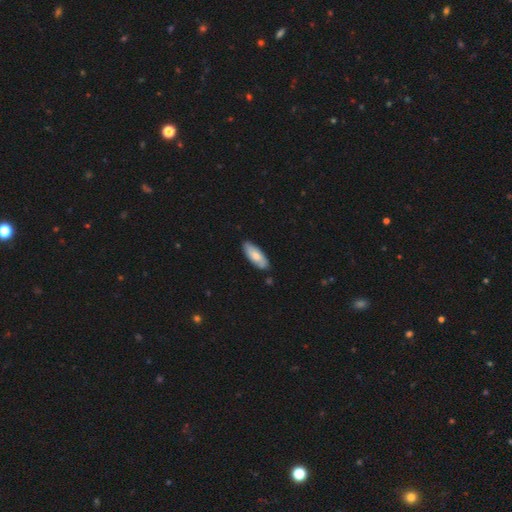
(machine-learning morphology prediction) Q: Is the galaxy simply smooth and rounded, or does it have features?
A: smooth — 72%.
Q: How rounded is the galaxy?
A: in between — 75%.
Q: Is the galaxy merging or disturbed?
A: none — 84%.